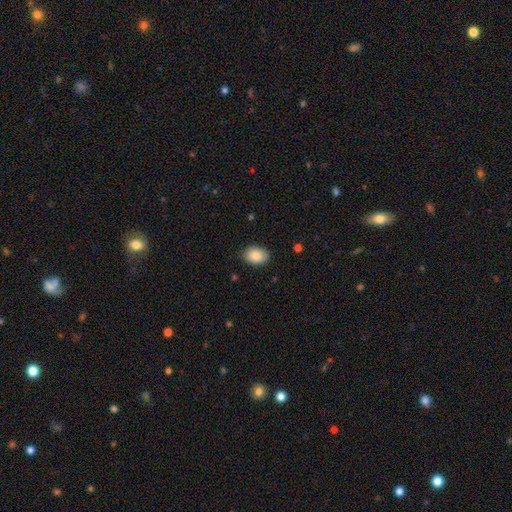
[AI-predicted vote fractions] Smooth or featured: smooth — 86% (star or artifact — 7%)
How rounded: in between — 81% (round — 18%)
Merging: none — 85% (minor disturbance — 12%)